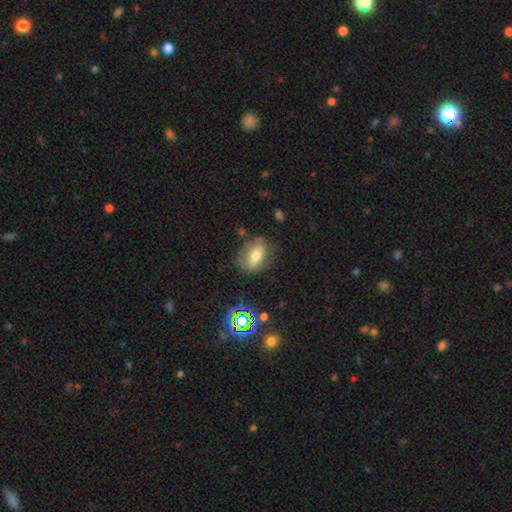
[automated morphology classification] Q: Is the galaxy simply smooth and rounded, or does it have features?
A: smooth — 65%.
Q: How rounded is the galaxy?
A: in between — 75%.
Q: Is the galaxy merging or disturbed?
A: none — 69%.